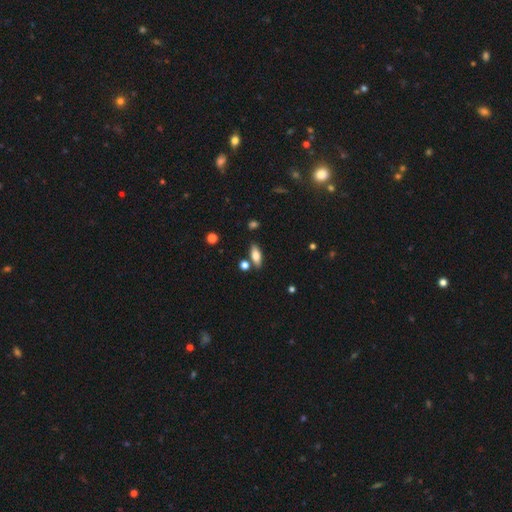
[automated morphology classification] This is likely a smooth galaxy (70%). How rounded: likely in between (72%). Merging: likely none (80%).